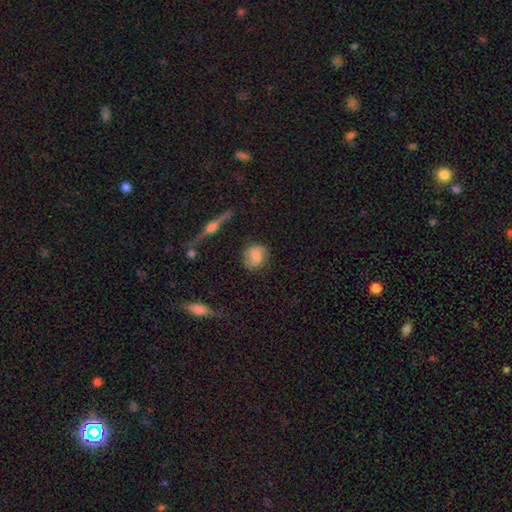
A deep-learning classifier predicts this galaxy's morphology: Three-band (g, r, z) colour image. It shows a featured or disk galaxy (61%) with a weak bar (45%), 2 (87%) medium (45%) spiral arms (92%) and a small central bulge (36%). Merging: none (76%).